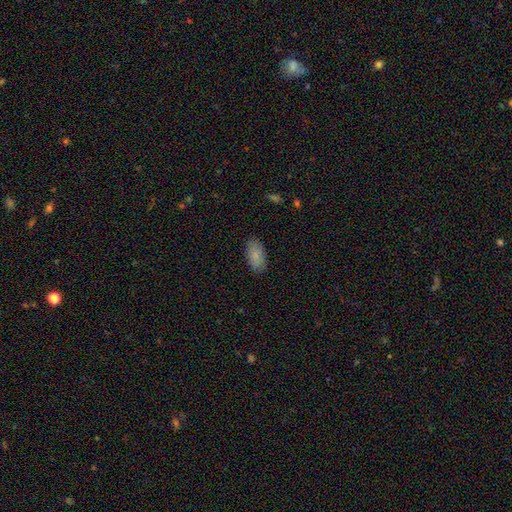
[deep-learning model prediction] Smooth or featured? smooth (86%)
How rounded? in between (93%)
Merging? none (86%)